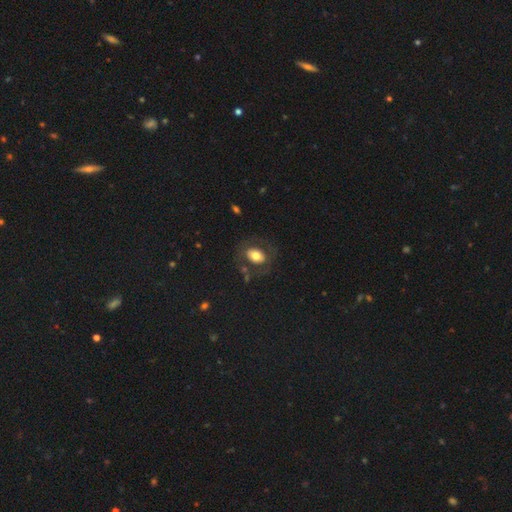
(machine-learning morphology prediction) The model was most divided on "how rounded": in between: 67%, round: 32%, cigar-shaped: 1%. More confident: merging — none (73%); smooth or featured — smooth (65%).